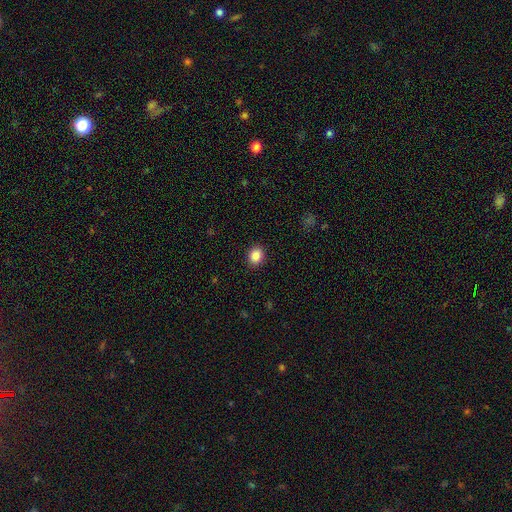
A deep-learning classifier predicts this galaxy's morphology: A smooth galaxy with no disk features (86%) that is round (62%). Merging: none (91%).